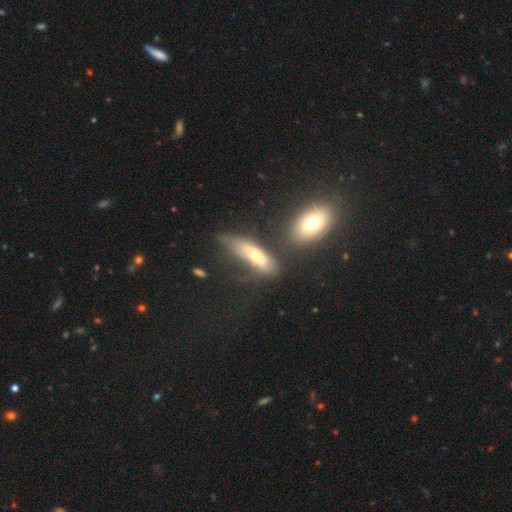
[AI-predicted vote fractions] Smooth or featured?
  - smooth: 58% *
  - featured or disk: 33%
  - star or artifact: 9%
How rounded?
  - in between: 52% *
  - cigar-shaped: 45%
  - round: 3%
Merging?
  - none: 33% *
  - minor disturbance: 28%
  - major disturbance: 24%
  - merger: 14%